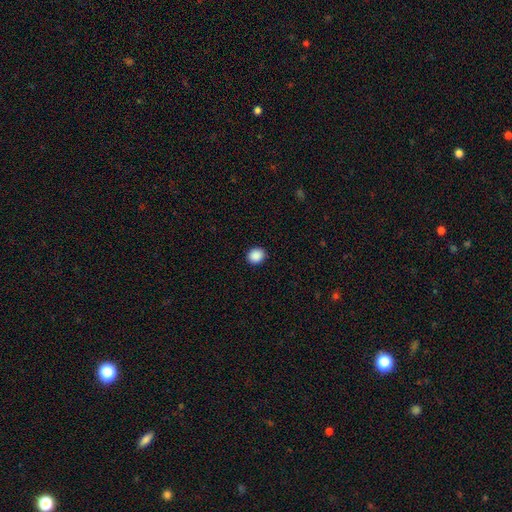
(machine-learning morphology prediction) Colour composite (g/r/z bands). It shows a smooth galaxy with no disk features (89%) that is round (79%). Merging: none (92%).